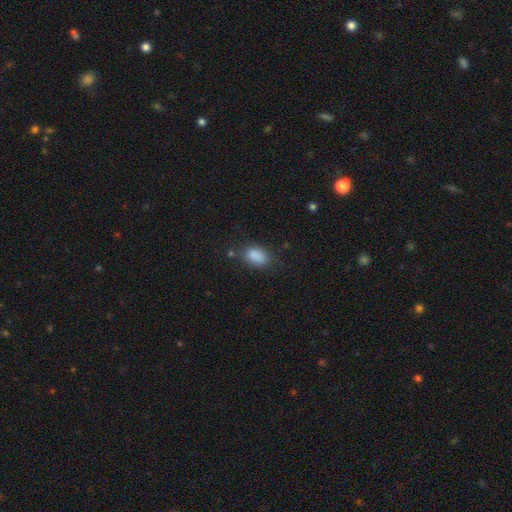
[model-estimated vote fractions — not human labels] smooth 86%, star or artifact 9%, featured or disk 5%. Down the decision tree: how rounded — in between (87%); merging — none (68%).